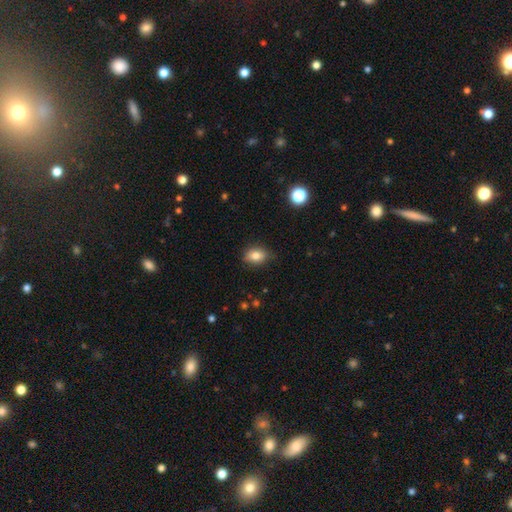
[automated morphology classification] smooth_or_featured: smooth (p=0.82) [alt: star or artifact p=0.10]
how_rounded: in between (p=0.74) [alt: round p=0.24]
merging: none (p=0.79) [alt: minor disturbance p=0.17]